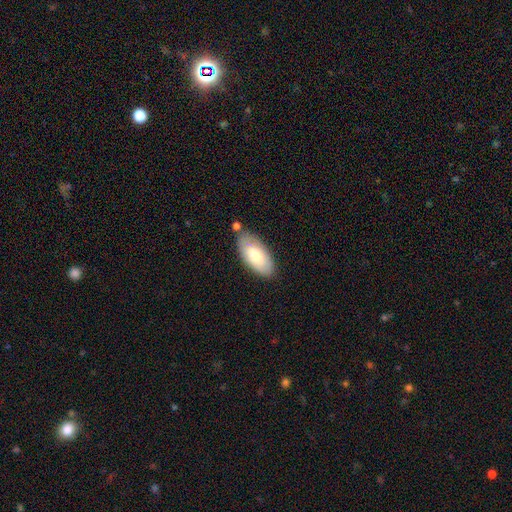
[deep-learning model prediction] This appears to be a smooth galaxy with no disk features (71%) that is in between round and cigar-shaped (93%). Merging: none (74%).